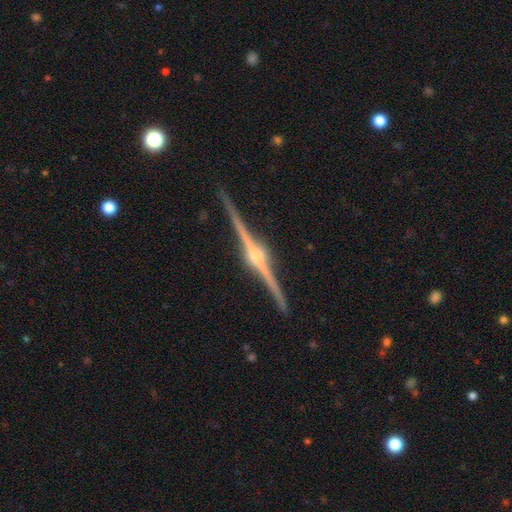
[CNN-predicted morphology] Q: Smooth or featured?
A: featured or disk (91%); runner-up: star or artifact (5%)
Q: Edge-on disk?
A: yes (99%); runner-up: no (1%)
Q: Edge-on bulge?
A: rounded (93%); runner-up: boxy (4%)
Q: Merging?
A: none (91%); runner-up: minor disturbance (7%)